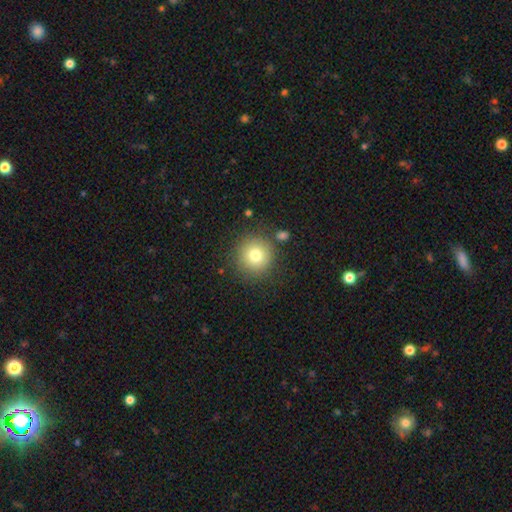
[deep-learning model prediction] Q: Smooth or featured?
A: smooth (76%); runner-up: star or artifact (13%)
Q: How rounded?
A: round (94%); runner-up: in between (5%)
Q: Merging?
A: none (86%); runner-up: minor disturbance (8%)